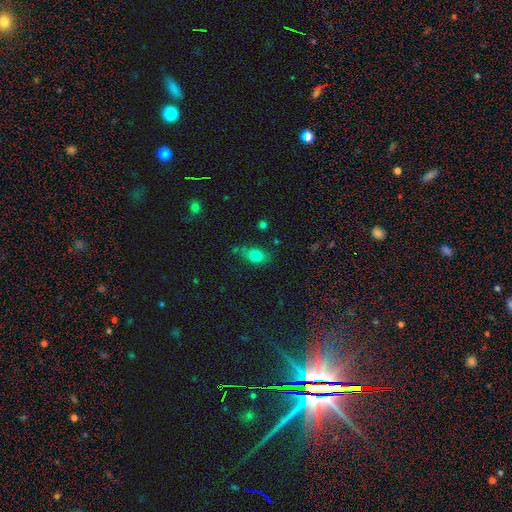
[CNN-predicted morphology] smooth-or-featured: smooth: 79% | star or artifact: 12% | featured or disk: 9%
  how-rounded: in between: 69% | round: 28% | cigar-shaped: 3%
  merging: none: 65% | minor disturbance: 22% | merger: 7% | major disturbance: 6%